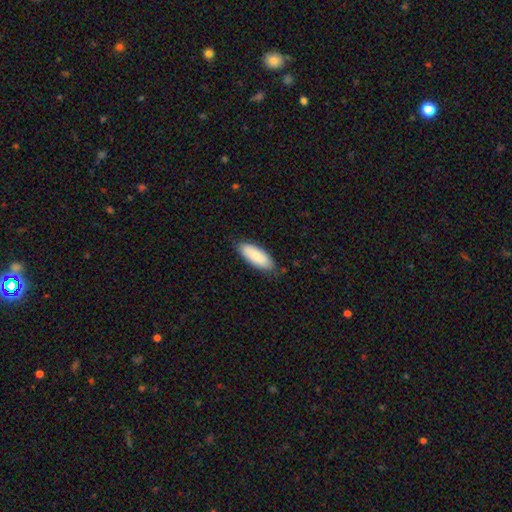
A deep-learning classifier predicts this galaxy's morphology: This appears to be a smooth galaxy with no disk features (84%) that is in between round and cigar-shaped (77%). Merging: none (82%).